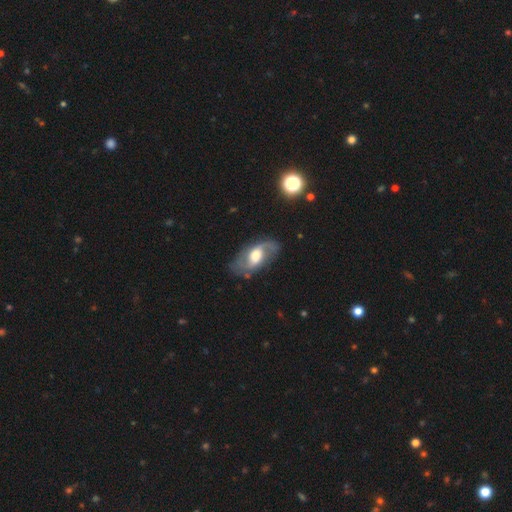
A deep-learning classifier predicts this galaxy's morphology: Q: Smooth or featured?
A: featured or disk (76%); runner-up: smooth (18%)
Q: Edge-on disk?
A: no (94%); runner-up: yes (6%)
Q: Bar?
A: weak (43%); runner-up: no (41%)
Q: Spiral arms?
A: yes (89%); runner-up: no (11%)
Q: Spiral winding?
A: loose (51%); runner-up: medium (39%)
Q: Spiral arm count?
A: 2 (87%); runner-up: can't tell (5%)
Q: Bulge size?
A: moderate (47%); runner-up: large (40%)
Q: Merging?
A: none (69%); runner-up: minor disturbance (19%)